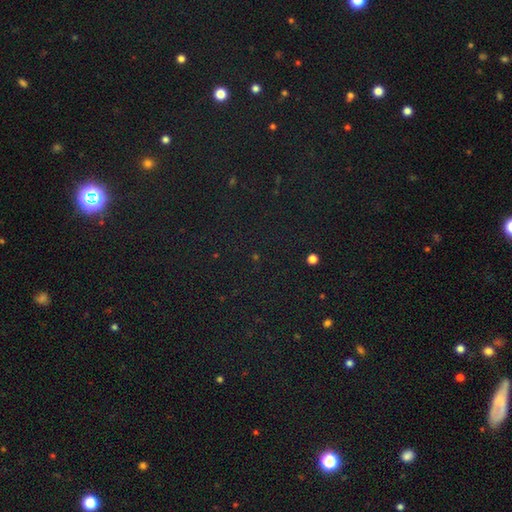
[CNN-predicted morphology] Smooth or featured? Predicted: star or artifact (p=0.76).